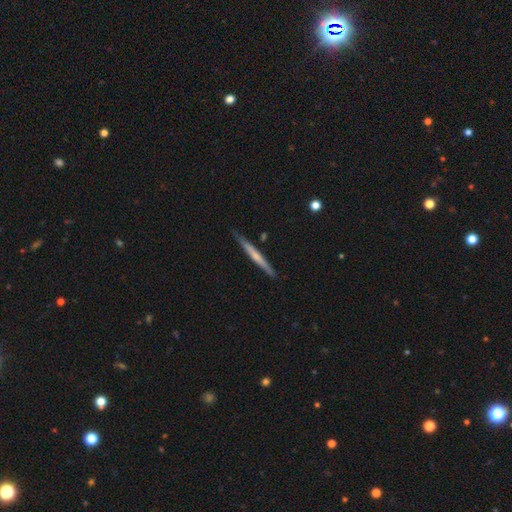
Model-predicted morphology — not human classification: Smooth or featured? Predicted: featured or disk (p=0.49). Merging? Predicted: none (p=0.86).